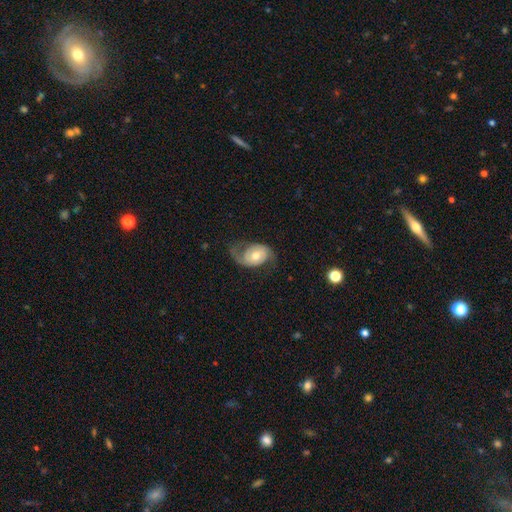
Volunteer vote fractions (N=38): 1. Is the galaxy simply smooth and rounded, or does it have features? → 87% featured or disk, 11% smooth, 3% star or artifact.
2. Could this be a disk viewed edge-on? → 94% no, 6% yes.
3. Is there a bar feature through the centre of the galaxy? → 71% no, 19% weak, 10% strong.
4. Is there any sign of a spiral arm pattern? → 90% yes, 10% no.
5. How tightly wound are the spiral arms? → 43% medium (tied), 43% loose (tied), 14% tight.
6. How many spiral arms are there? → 93% 2, 4% 1, 4% can't tell, 0% 3, 0% 4, 0% more than 4.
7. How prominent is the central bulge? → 87% moderate, 10% small, 3% large, 0% dominant, 0% none.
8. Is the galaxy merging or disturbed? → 57% none, 24% minor disturbance, 19% major disturbance, 0% merger.